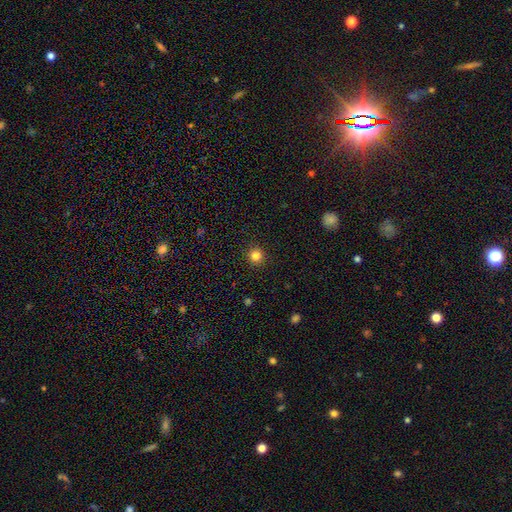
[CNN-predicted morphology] The model was most divided on "smooth or featured": smooth: 84%, star or artifact: 12%, featured or disk: 4%. More confident: how rounded — round (94%); merging — none (93%).